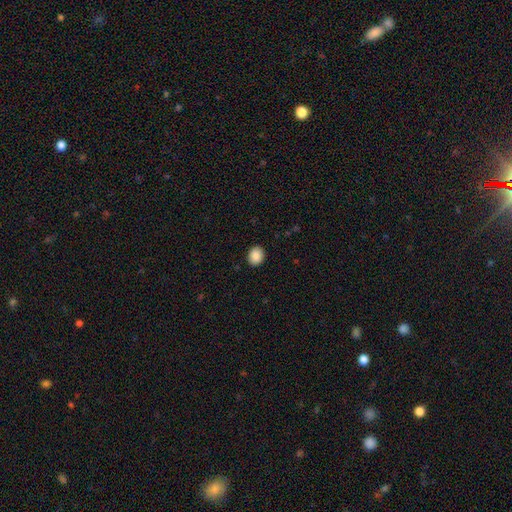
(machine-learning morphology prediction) smooth 89%, star or artifact 8%, featured or disk 3%. Down the decision tree: how rounded — round (53%); merging — none (90%).